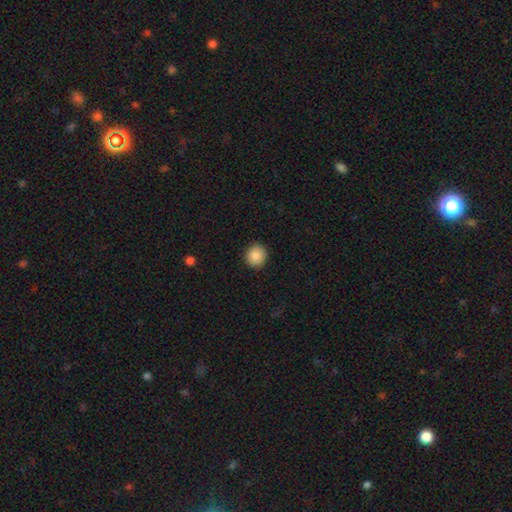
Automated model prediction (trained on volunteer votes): Overall: smooth (87%). How rounded: round (89%). Merging: none (92%).